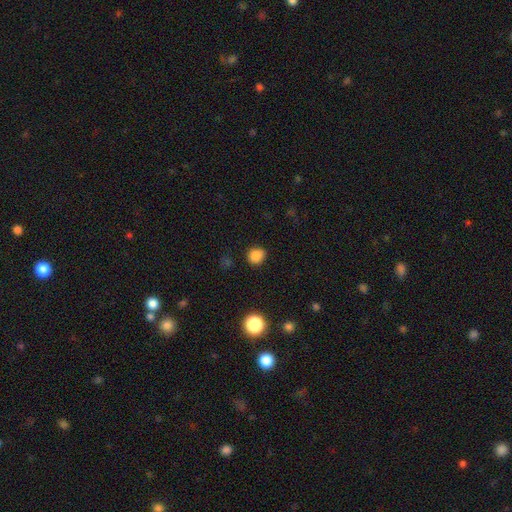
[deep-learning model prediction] This is clearly a smooth galaxy (84%). How rounded: clearly round (83%). Merging: clearly none (84%).